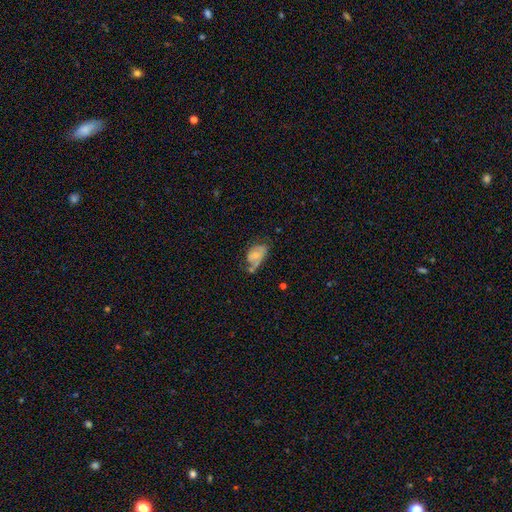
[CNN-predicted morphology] Smooth or featured: smooth — 47% (featured or disk — 44%)
Merging: minor disturbance — 30% (major disturbance — 29%)